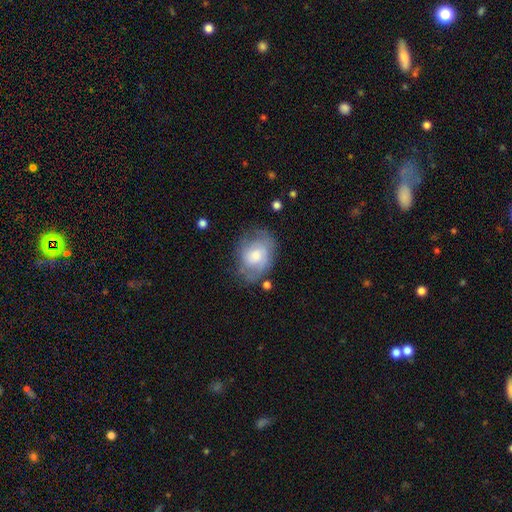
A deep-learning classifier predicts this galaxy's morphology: Smooth or featured? smooth (50%)
How rounded? in between (60%)
Merging? none (57%)